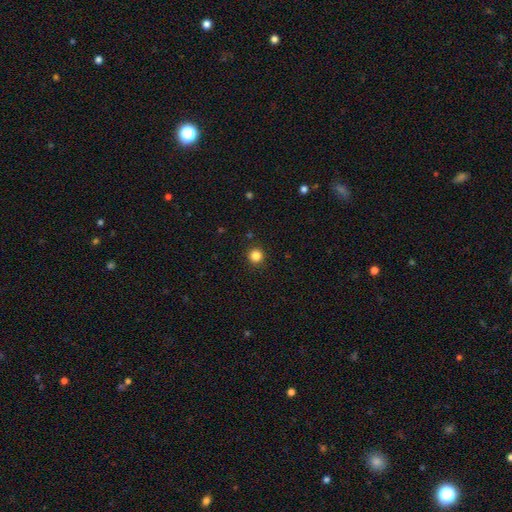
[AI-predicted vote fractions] Smooth or featured? Predicted: smooth (p=0.84). How rounded? Predicted: round (p=0.95). Merging? Predicted: none (p=0.92).